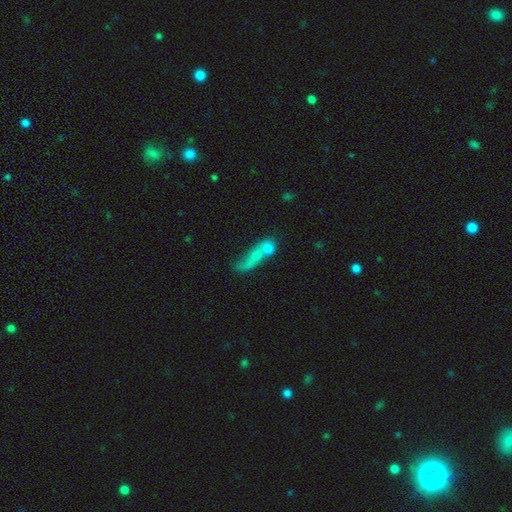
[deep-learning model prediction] Q: Smooth or featured?
A: smooth (57%); runner-up: featured or disk (30%)
Q: How rounded?
A: in between (42%); runner-up: cigar-shaped (38%)
Q: Merging?
A: merger (42%); runner-up: none (25%)